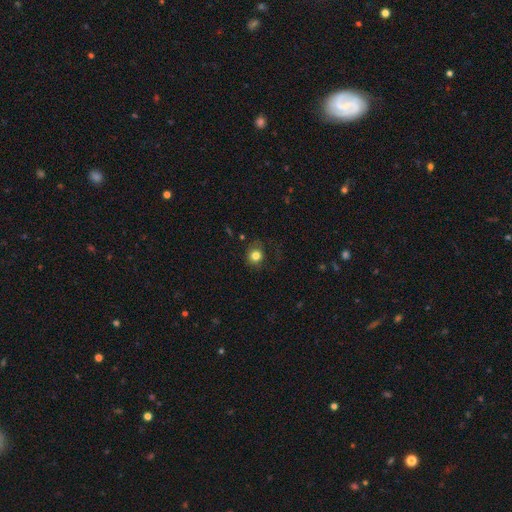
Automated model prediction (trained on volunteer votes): Q: Smooth or featured?
A: smooth (80%); runner-up: star or artifact (12%)
Q: How rounded?
A: round (84%); runner-up: in between (15%)
Q: Merging?
A: none (70%); runner-up: minor disturbance (18%)